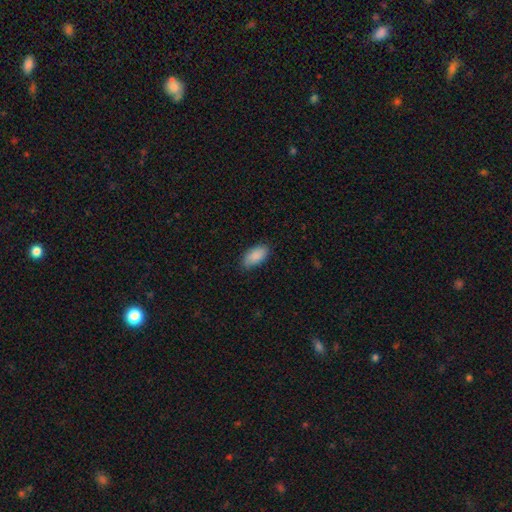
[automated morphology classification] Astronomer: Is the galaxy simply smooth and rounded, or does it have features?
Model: smooth — 89%.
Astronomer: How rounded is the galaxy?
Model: in between — 92%.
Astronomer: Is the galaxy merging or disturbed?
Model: none — 82%.